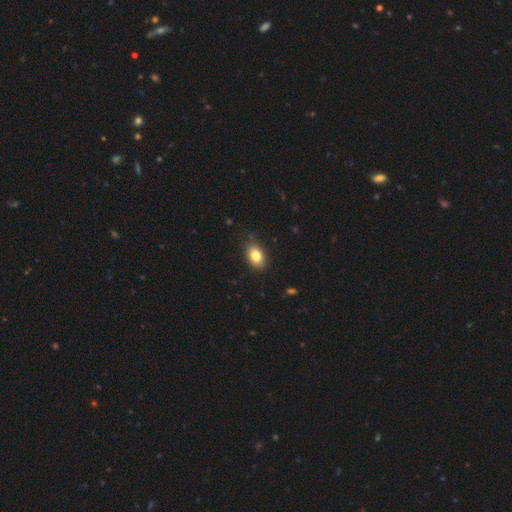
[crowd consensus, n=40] Volunteers were most divided on "how rounded": in between: 82%, round: 18%, cigar-shaped: 0%. More confident: merging — none (95%); smooth or featured — smooth (85%).